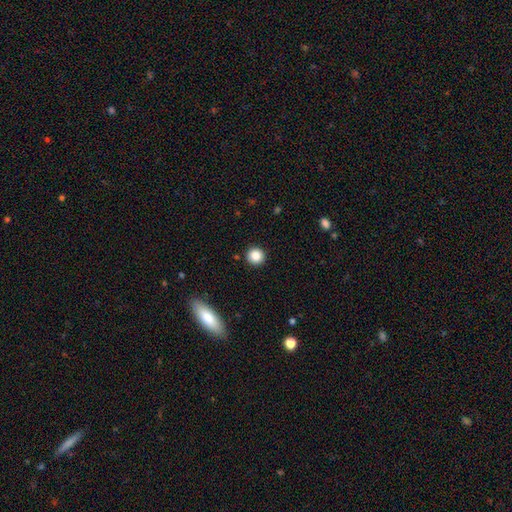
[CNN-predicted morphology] smooth 85%, star or artifact 10%, featured or disk 5%. Down the decision tree: how rounded — round (95%); merging — none (92%).